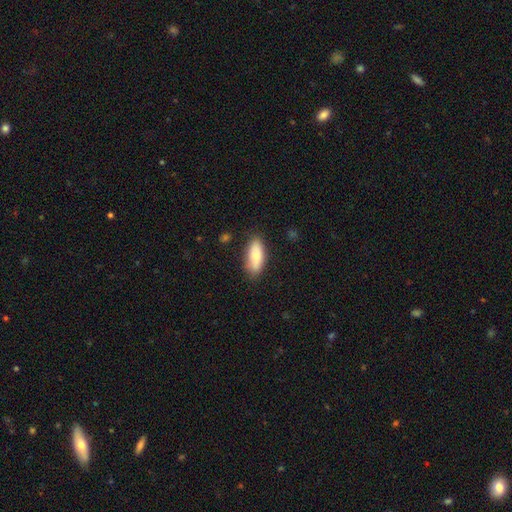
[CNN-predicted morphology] Smooth or featured?
  - smooth: 78% *
  - featured or disk: 15%
  - star or artifact: 6%
How rounded?
  - in between: 74% *
  - cigar-shaped: 24%
  - round: 2%
Merging?
  - none: 81% *
  - minor disturbance: 15%
  - major disturbance: 3%
  - merger: 2%